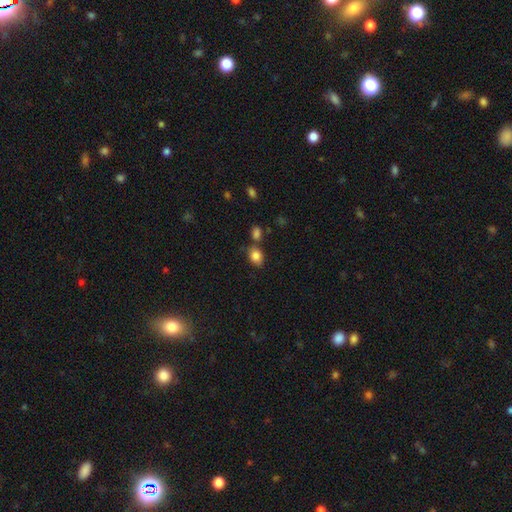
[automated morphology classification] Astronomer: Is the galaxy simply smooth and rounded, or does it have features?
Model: smooth — 84%.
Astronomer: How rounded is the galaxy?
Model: in between — 70%.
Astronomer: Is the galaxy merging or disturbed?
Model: none — 65%.